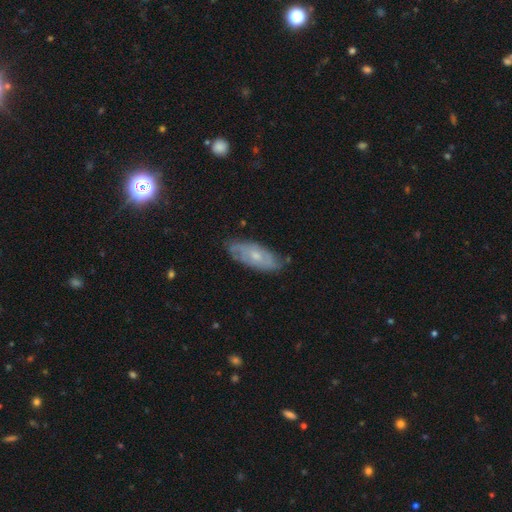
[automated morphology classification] type=featured or disk (59%); edge-on=no (84%); merging=none (73%).